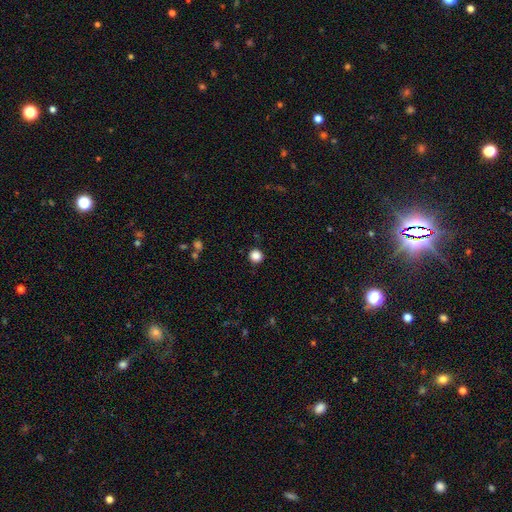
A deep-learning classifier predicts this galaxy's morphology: smooth 86%, star or artifact 11%, featured or disk 3%. Down the decision tree: how rounded — round (93%); merging — none (91%).